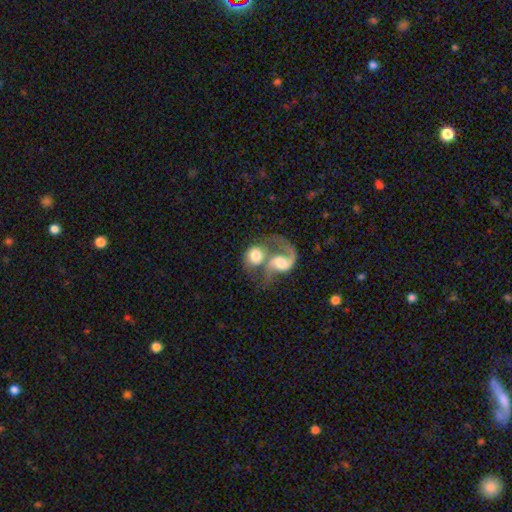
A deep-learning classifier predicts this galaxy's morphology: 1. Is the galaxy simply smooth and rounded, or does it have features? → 47% featured or disk, 45% smooth, 8% star or artifact.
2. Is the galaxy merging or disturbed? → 69% merger, 15% none, 10% major disturbance, 6% minor disturbance.